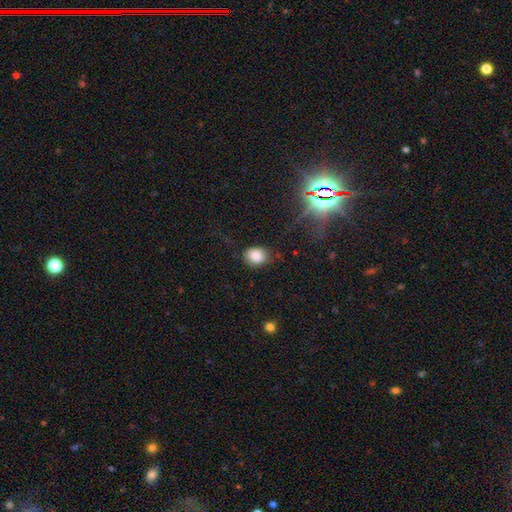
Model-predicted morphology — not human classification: Overall: smooth (81%). How rounded: round (54%; in between 45%). Merging: none (76%).